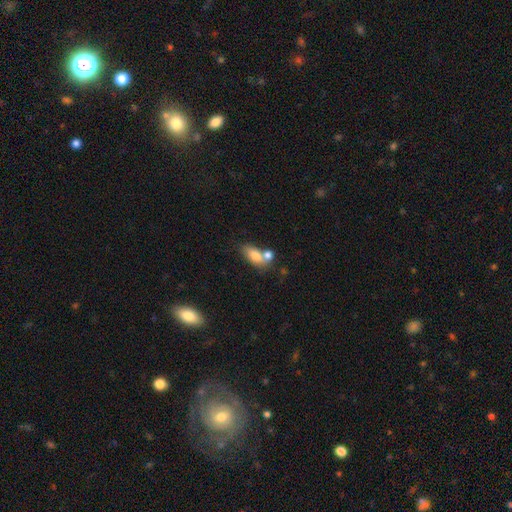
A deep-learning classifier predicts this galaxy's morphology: A smooth galaxy with no disk features (76%) that is in between round and cigar-shaped (83%). Merging: merger (46%).